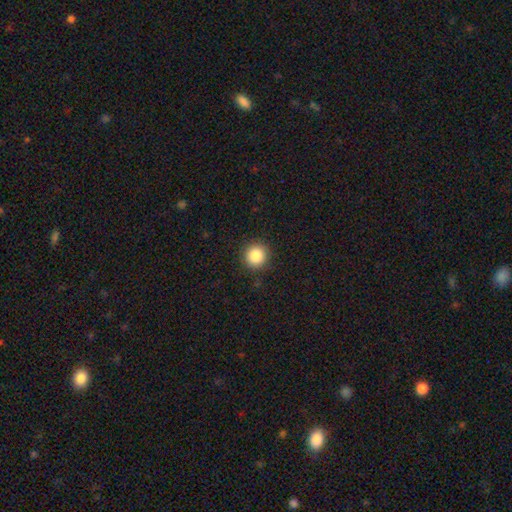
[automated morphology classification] The model was most divided on "smooth or featured": smooth: 86%, star or artifact: 10%, featured or disk: 4%. More confident: how rounded — round (94%); merging — none (91%).